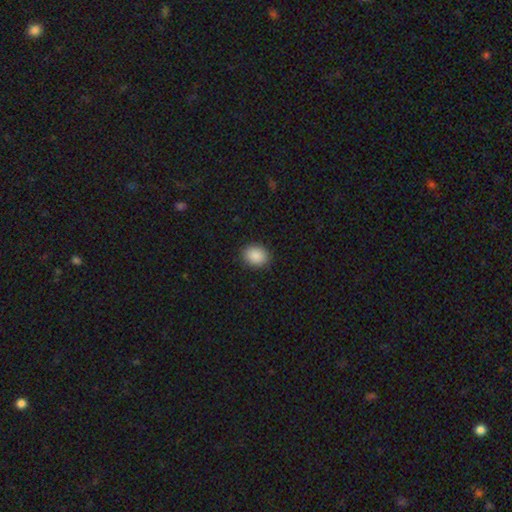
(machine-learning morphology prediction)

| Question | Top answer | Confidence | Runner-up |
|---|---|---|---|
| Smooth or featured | smooth | 89% | star or artifact (8%) |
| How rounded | in between | 52% | round (47%) |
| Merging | none | 89% | minor disturbance (8%) |